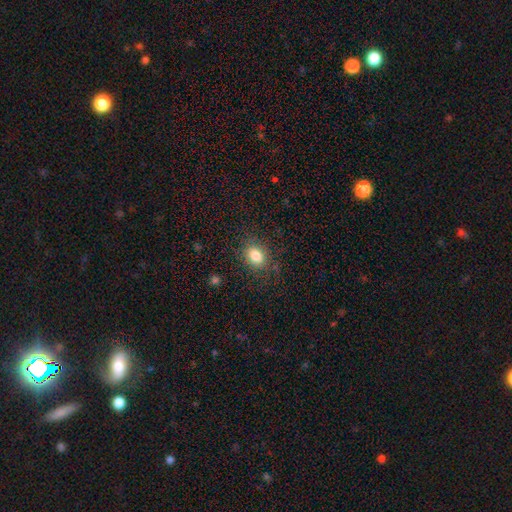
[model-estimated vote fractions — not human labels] Smooth or featured? Predicted: smooth (p=0.82). How rounded? Predicted: in between (p=0.60). Merging? Predicted: none (p=0.81).